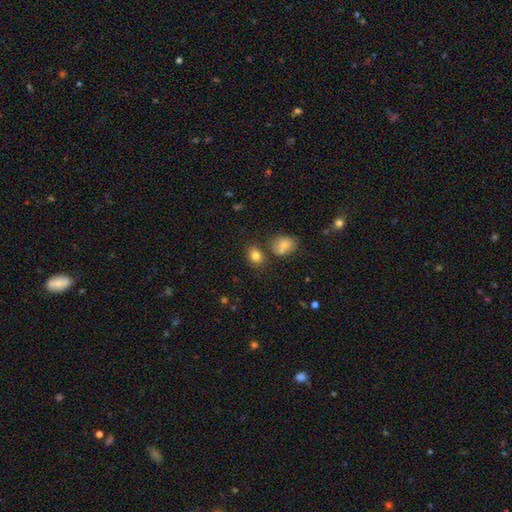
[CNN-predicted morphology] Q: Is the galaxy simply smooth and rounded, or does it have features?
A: smooth — 82%.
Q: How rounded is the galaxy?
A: in between — 58%.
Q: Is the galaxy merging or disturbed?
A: none — 71%.